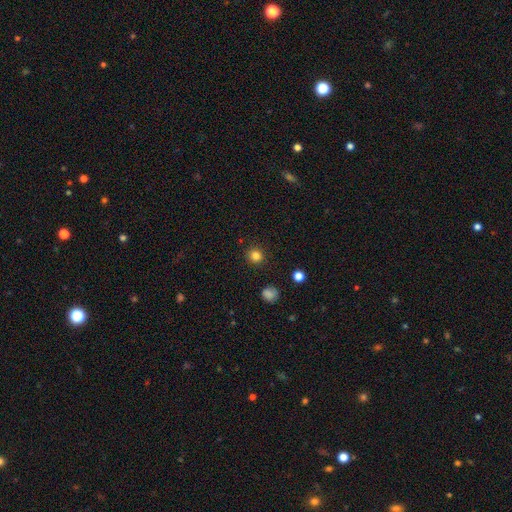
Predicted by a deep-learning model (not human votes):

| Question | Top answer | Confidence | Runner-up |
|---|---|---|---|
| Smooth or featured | smooth | 83% | star or artifact (13%) |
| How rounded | round | 92% | in between (7%) |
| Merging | none | 90% | minor disturbance (6%) |